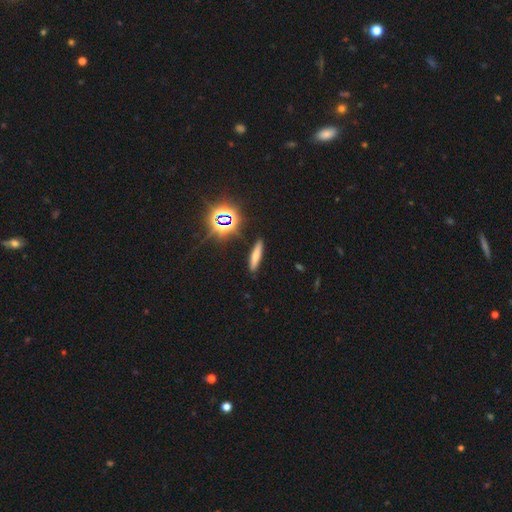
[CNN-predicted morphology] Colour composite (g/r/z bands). It shows a smooth galaxy with no disk features (64%) that is cigar-shaped (84%). Merging: none (89%).